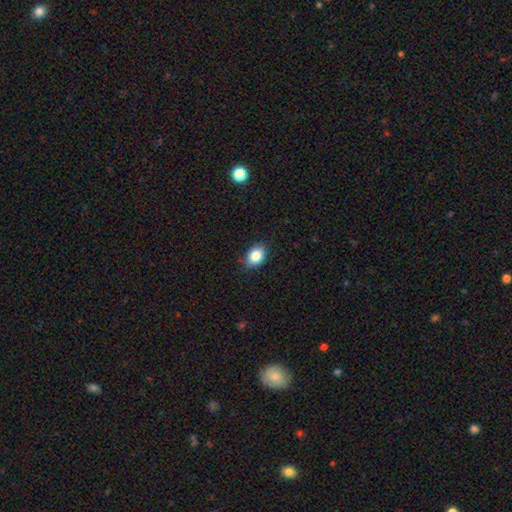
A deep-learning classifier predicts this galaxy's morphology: smooth-or-featured: smooth: 85% | star or artifact: 9% | featured or disk: 7%
  how-rounded: in between: 75% | round: 23% | cigar-shaped: 1%
  merging: none: 85% | minor disturbance: 12% | major disturbance: 2% | merger: 1%